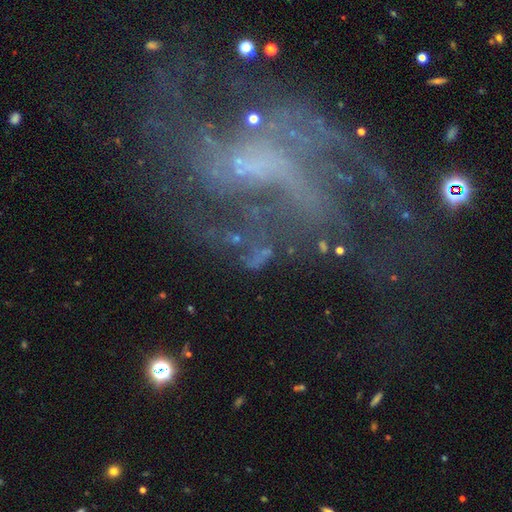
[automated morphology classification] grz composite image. It shows a featured or disk galaxy (81%) with no bar (43%), 2 (30%) medium (45%) spiral arms (87%) and no central bulge (44%). Merging: none (47%).